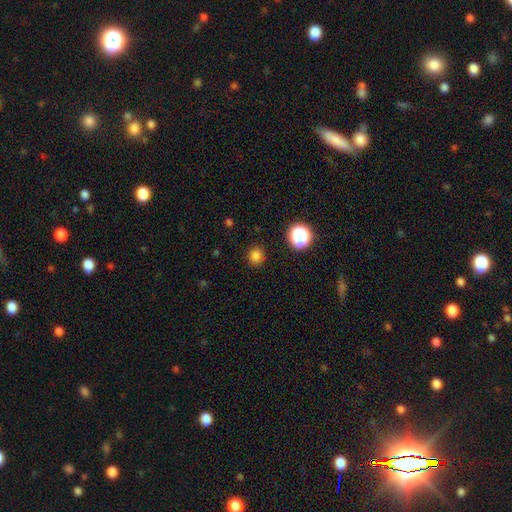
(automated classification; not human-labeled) Smooth or featured?
  - smooth: 80% *
  - star or artifact: 16%
  - featured or disk: 4%
How rounded?
  - round: 86% *
  - in between: 13%
  - cigar-shaped: 1%
Merging?
  - none: 88% *
  - minor disturbance: 8%
  - major disturbance: 3%
  - merger: 2%